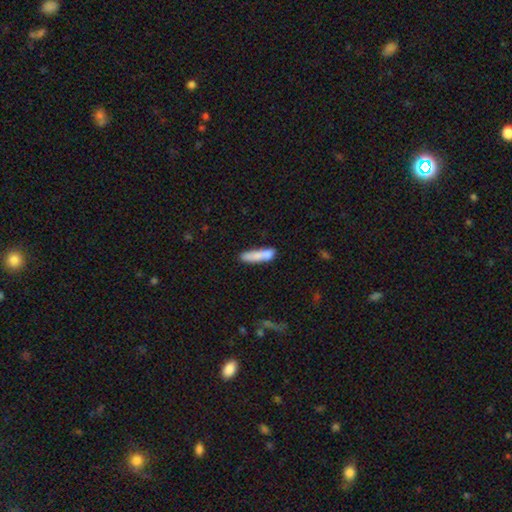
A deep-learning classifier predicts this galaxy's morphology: smooth_or_featured: smooth (p=0.78) [alt: featured or disk p=0.15]
how_rounded: cigar-shaped (p=0.78) [alt: in between p=0.20]
merging: none (p=0.58) [alt: minor disturbance p=0.20]